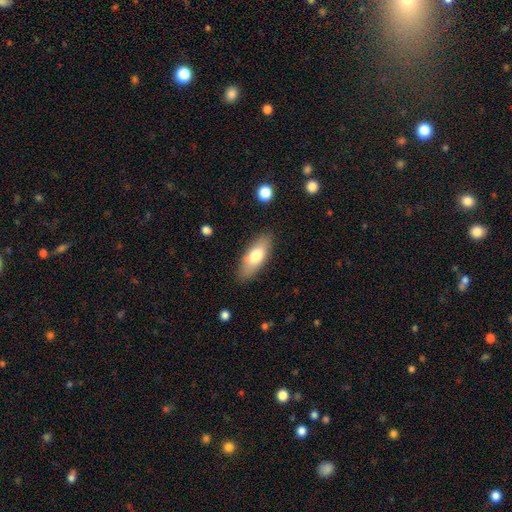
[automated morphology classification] Smooth or featured? Predicted: smooth (p=0.71). How rounded? Predicted: in between (p=0.75). Merging? Predicted: none (p=0.85).